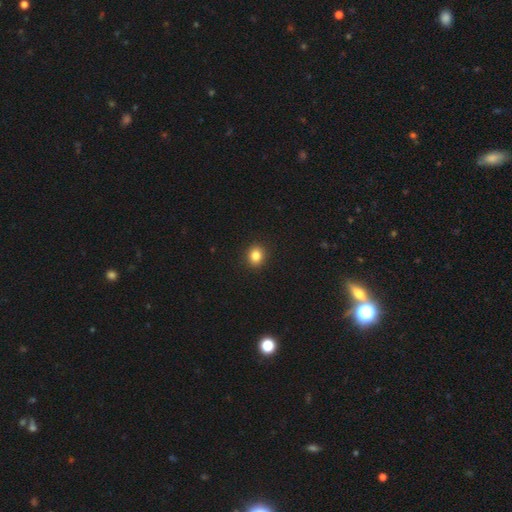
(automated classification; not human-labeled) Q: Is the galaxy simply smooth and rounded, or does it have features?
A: smooth — 85%.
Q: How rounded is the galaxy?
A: round — 69%.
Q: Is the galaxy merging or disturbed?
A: none — 92%.